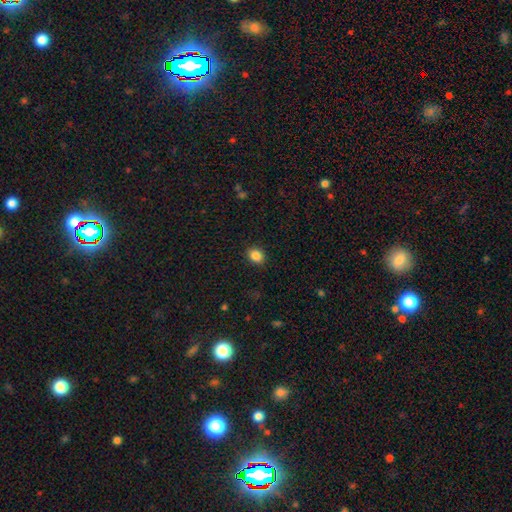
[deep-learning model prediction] A smooth galaxy with no disk features (86%) that is round (57%).

Vote fractions:
- Smooth or featured? smooth: 86% / star or artifact: 10% / featured or disk: 4%
- How rounded? round: 57% / in between: 42% / cigar-shaped: 1%
- Merging? none: 89% / minor disturbance: 7% / major disturbance: 2% / merger: 1%